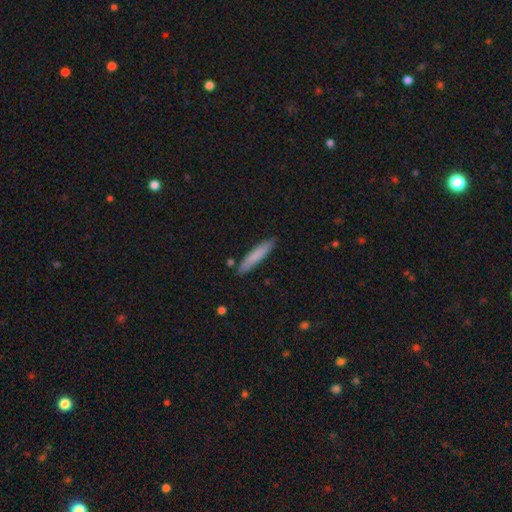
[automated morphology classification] smooth-or-featured: smooth: 79% | featured or disk: 15% | star or artifact: 6%
  how-rounded: cigar-shaped: 90% | in between: 9% | round: 1%
  merging: none: 85% | minor disturbance: 11% | merger: 2% | major disturbance: 2%